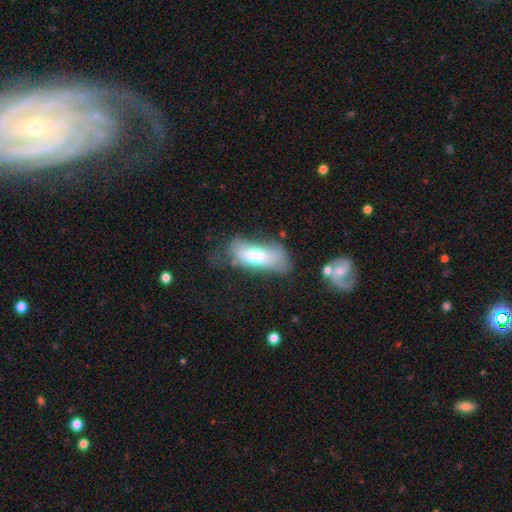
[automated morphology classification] smooth 63%, featured or disk 29%, star or artifact 8%. Down the decision tree: how rounded — in between (79%); merging — none (37%).